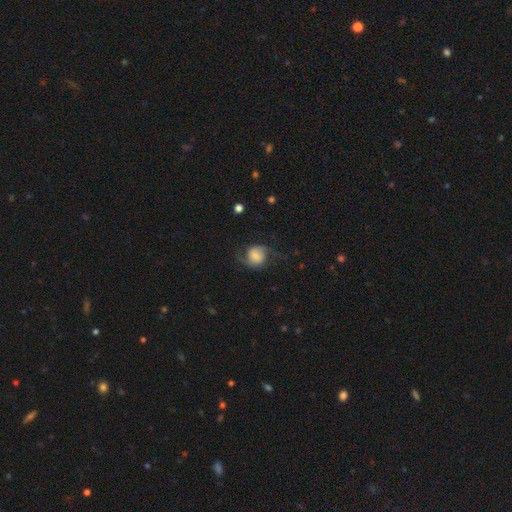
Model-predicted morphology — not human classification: Overall: featured or disk (52%; smooth 40%). Edge-on disk: no (97%). Bar: no (59%; weak 32%). Spiral arms: yes (89%). Bulge size: small (29%; moderate 24%). Merging: none (61%).